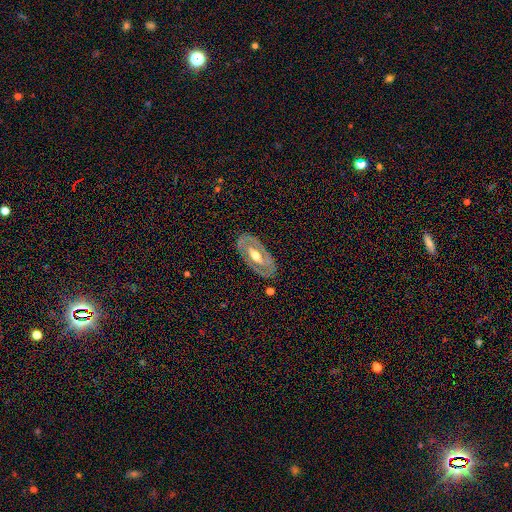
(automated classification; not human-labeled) Smooth or featured: featured or disk — 71% (smooth — 23%)
Edge-on disk: no — 88% (yes — 12%)
Bar: no — 47% (weak — 31%)
Spiral arms: no — 60% (yes — 40%)
Bulge size: moderate — 72% (large — 14%)
Merging: none — 83% (minor disturbance — 12%)